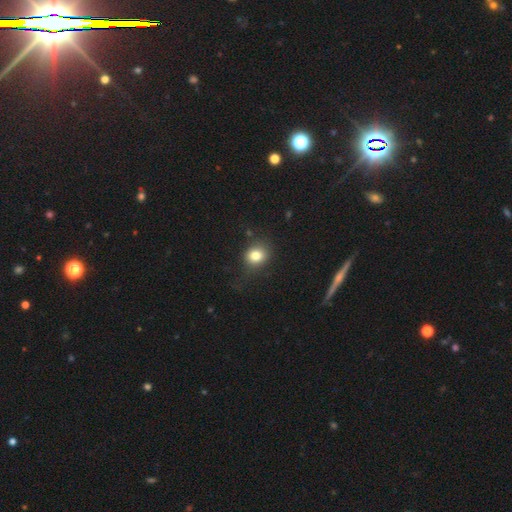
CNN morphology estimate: Smooth or featured: smooth — 80% (star or artifact — 12%)
How rounded: round — 67% (in between — 32%)
Merging: none — 74% (minor disturbance — 17%)